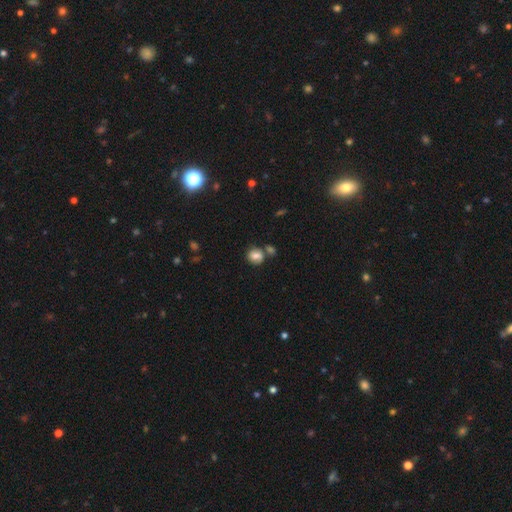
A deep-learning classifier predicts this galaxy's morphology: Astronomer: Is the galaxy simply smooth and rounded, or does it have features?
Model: smooth — 71%.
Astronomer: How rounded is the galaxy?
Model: round — 66%.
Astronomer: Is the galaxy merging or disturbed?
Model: none — 57%.